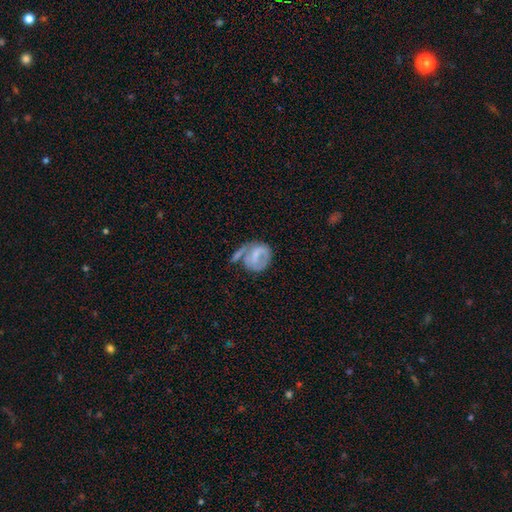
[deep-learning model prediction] Morphology: type=featured or disk (46%); merging=none (33%).